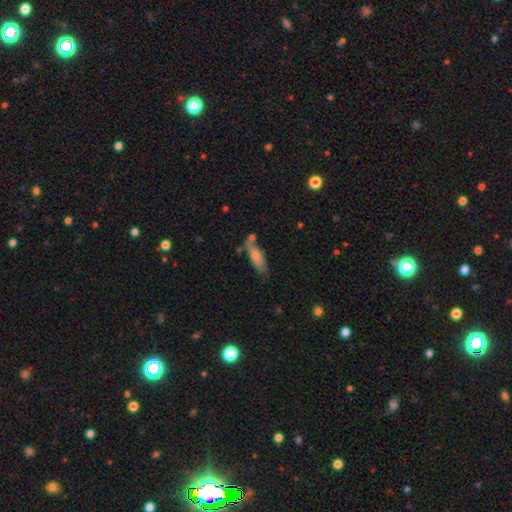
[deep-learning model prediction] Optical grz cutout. It shows a smooth galaxy with no disk features (55%) that is cigar-shaped (58%). Merging: none (58%).